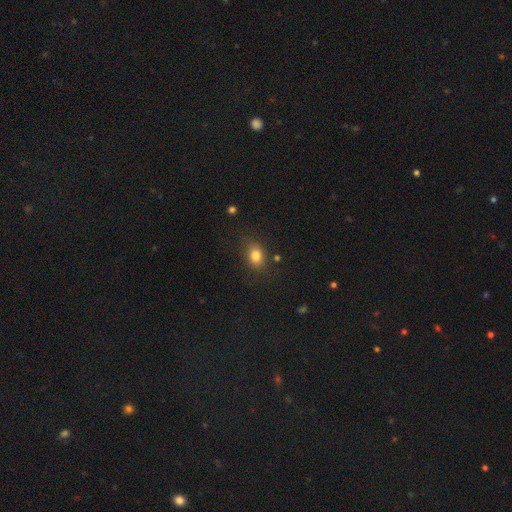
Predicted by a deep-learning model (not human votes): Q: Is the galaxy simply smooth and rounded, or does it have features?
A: smooth — 81%.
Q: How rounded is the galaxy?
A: in between — 61%.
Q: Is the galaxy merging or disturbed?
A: none — 80%.